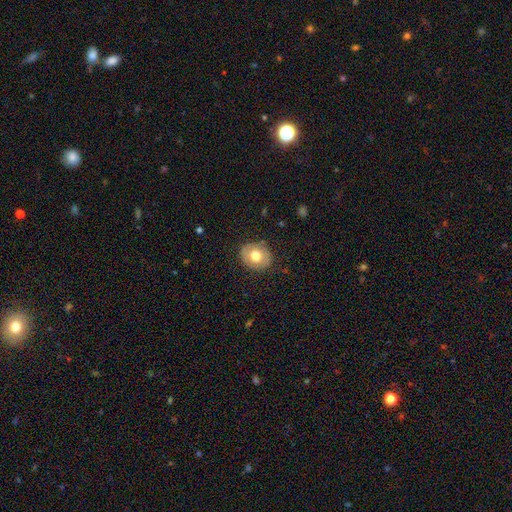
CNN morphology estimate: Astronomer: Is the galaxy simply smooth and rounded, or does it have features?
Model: smooth — 65%.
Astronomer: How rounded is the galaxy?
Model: round — 62%.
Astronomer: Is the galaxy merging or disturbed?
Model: none — 83%.